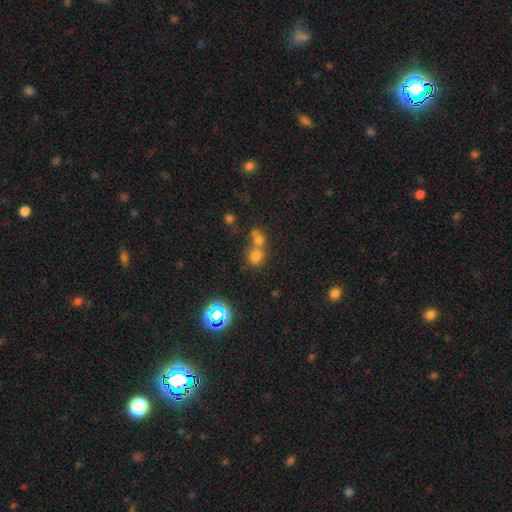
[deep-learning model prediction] A smooth galaxy with no disk features (68%) that is round (76%).

Vote fractions:
- Smooth or featured? smooth: 68% / star or artifact: 22% / featured or disk: 10%
- How rounded? round: 76% / in between: 22% / cigar-shaped: 1%
- Merging? merger: 51% / none: 38% / minor disturbance: 7% / major disturbance: 4%